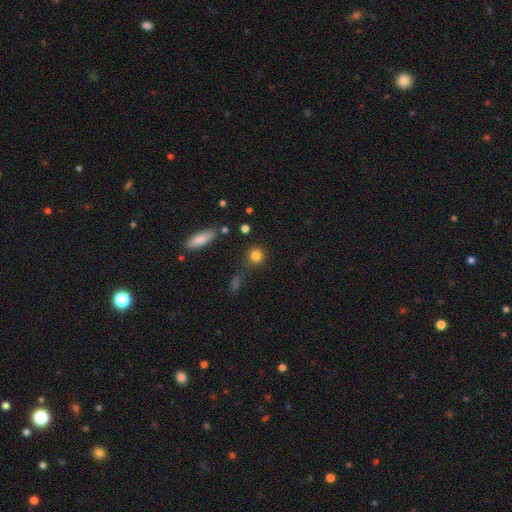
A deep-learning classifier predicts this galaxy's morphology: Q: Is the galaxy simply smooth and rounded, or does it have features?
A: smooth — 83%.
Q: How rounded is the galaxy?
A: round — 87%.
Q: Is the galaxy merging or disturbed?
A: none — 77%.